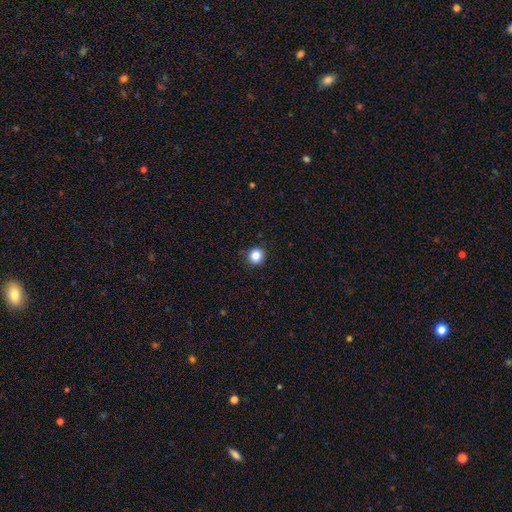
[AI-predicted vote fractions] Q: Smooth or featured?
A: smooth (86%); runner-up: star or artifact (11%)
Q: How rounded?
A: round (93%); runner-up: in between (6%)
Q: Merging?
A: none (91%); runner-up: minor disturbance (6%)